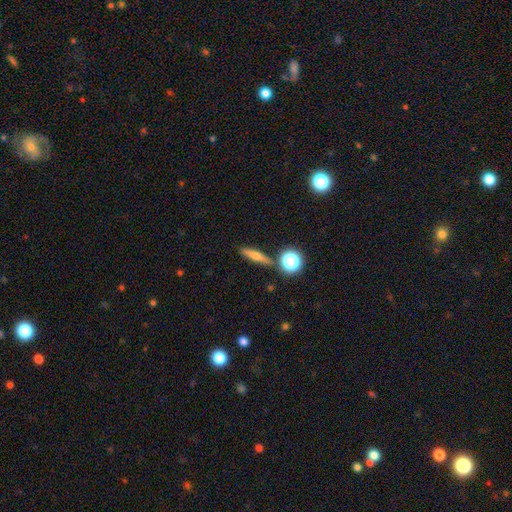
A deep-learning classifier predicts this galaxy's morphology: Q: Smooth or featured?
A: smooth (55%); runner-up: featured or disk (34%)
Q: How rounded?
A: cigar-shaped (68%); runner-up: in between (19%)
Q: Merging?
A: none (84%); runner-up: minor disturbance (8%)